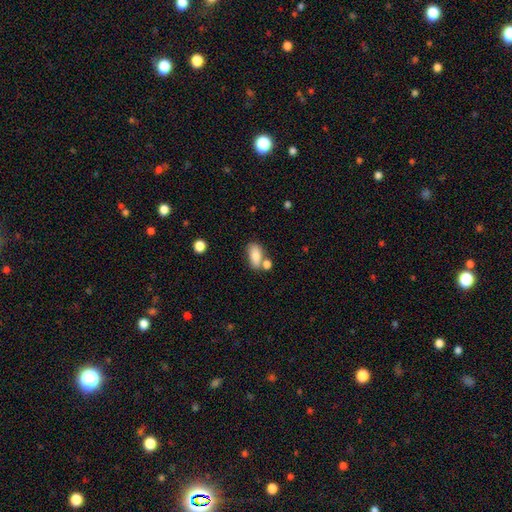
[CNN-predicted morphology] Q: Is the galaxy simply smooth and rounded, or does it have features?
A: smooth — 81%.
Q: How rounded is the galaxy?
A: in between — 87%.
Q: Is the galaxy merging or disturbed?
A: none — 50%.